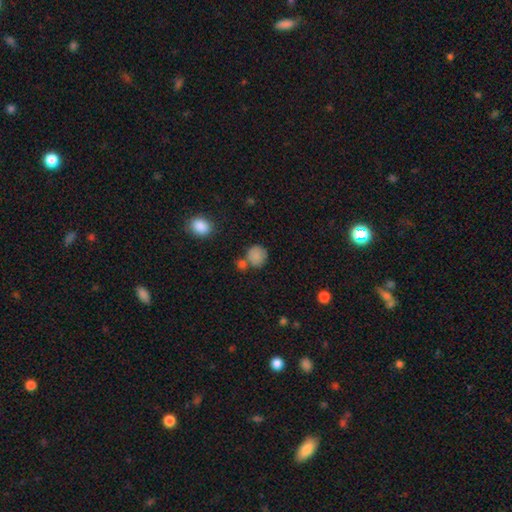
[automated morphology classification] Smooth or featured?
  - smooth: 83% *
  - star or artifact: 10%
  - featured or disk: 6%
How rounded?
  - round: 82% *
  - in between: 17%
  - cigar-shaped: 1%
Merging?
  - none: 59% *
  - merger: 21%
  - minor disturbance: 15%
  - major disturbance: 6%